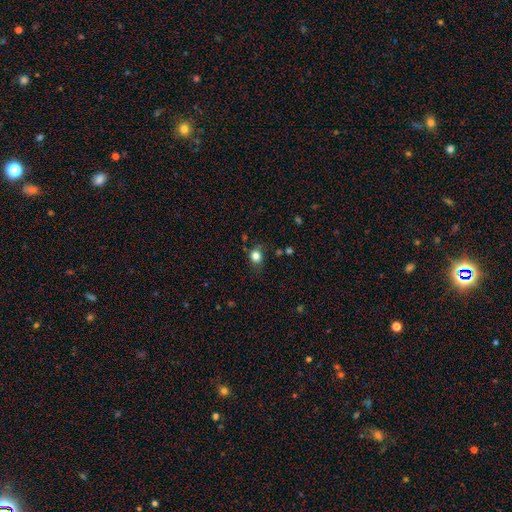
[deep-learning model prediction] Q: Smooth or featured?
A: smooth (82%); runner-up: star or artifact (11%)
Q: How rounded?
A: round (67%); runner-up: in between (32%)
Q: Merging?
A: none (74%); runner-up: minor disturbance (18%)